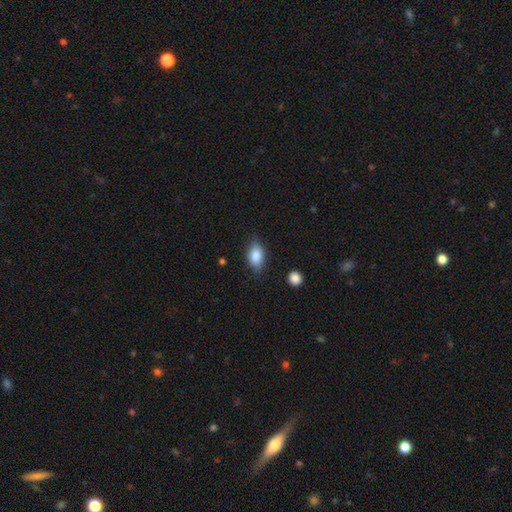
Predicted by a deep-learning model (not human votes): This is clearly a smooth galaxy (82%). How rounded: clearly in between (86%). Merging: likely none (74%).